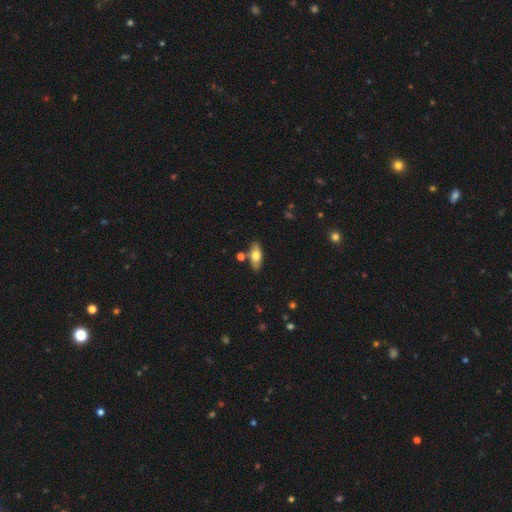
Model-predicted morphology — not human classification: smooth_or_featured: smooth (p=0.68) [alt: featured or disk p=0.25]
how_rounded: in between (p=0.81) [alt: cigar-shaped p=0.15]
merging: none (p=0.81) [alt: minor disturbance p=0.11]